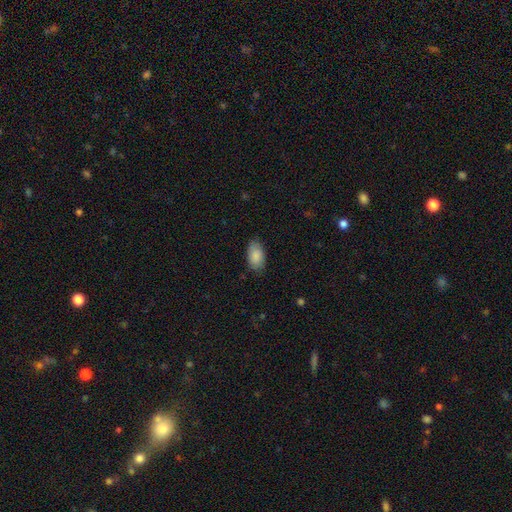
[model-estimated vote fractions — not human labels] The model was most divided on "merging": none: 81%, minor disturbance: 15%, major disturbance: 3%, merger: 1%. More confident: how rounded — in between (94%); smooth or featured — smooth (88%).